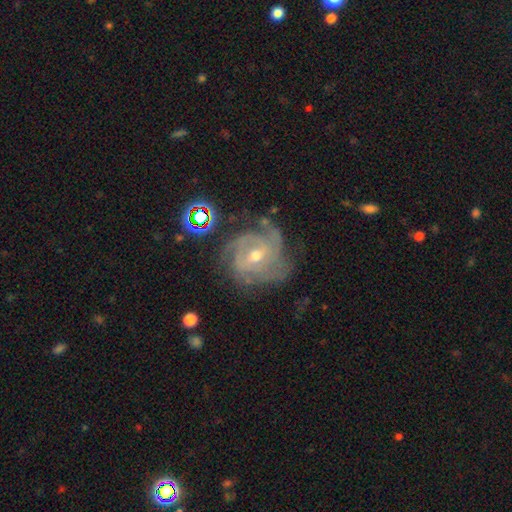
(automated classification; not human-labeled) This appears to be a featured or disk galaxy (86%) with a weak bar (46%), 3 (31%) tight (58%) spiral arms (95%) and a moderate central bulge (57%). Merging: none (59%).